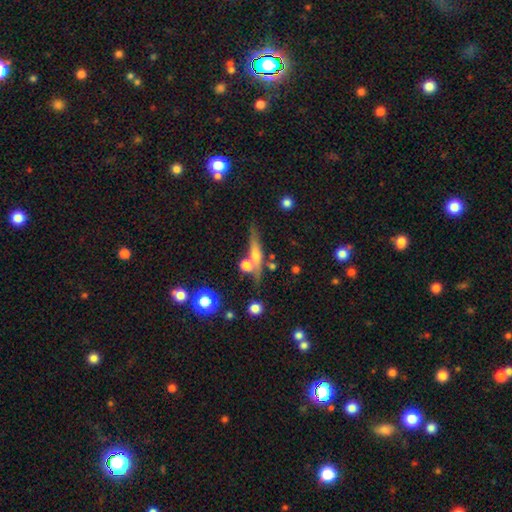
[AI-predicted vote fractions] Overall: featured or disk (50%; smooth 40%). Merging: none (66%).